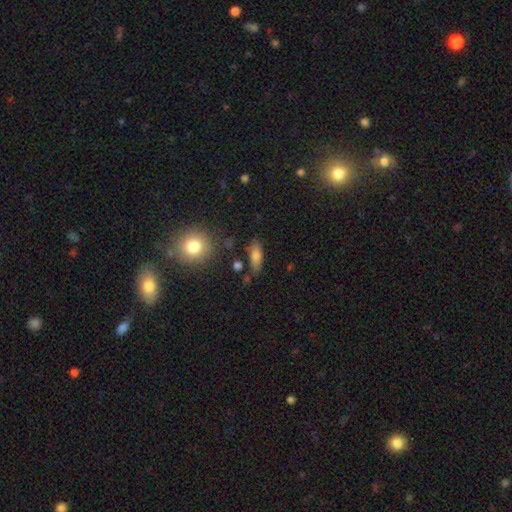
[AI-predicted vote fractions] Q: Smooth or featured?
A: smooth (76%); runner-up: featured or disk (15%)
Q: How rounded?
A: in between (67%); runner-up: cigar-shaped (28%)
Q: Merging?
A: none (76%); runner-up: minor disturbance (14%)